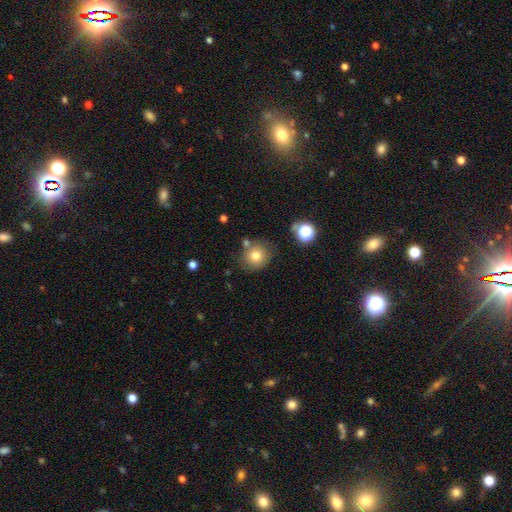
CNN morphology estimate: A smooth galaxy with no disk features (76%) that is round (87%).

Vote fractions:
- Smooth or featured? smooth: 76% / star or artifact: 13% / featured or disk: 11%
- How rounded? round: 87% / in between: 12% / cigar-shaped: 1%
- Merging? none: 75% / minor disturbance: 13% / merger: 8% / major disturbance: 4%